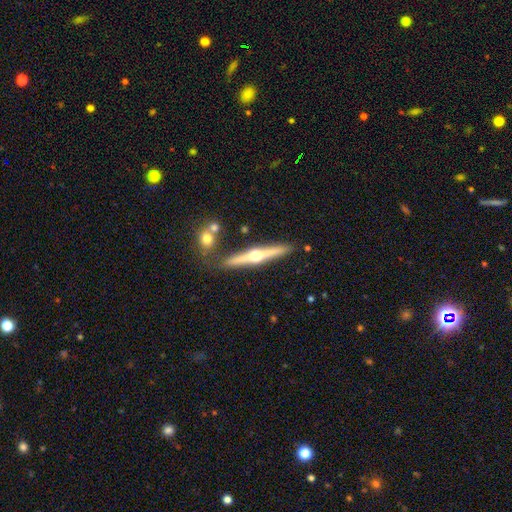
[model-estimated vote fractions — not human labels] Overall: featured or disk (77%). Edge-on disk: yes (97%). Edge-on bulge: rounded (96%). Merging: none (85%).